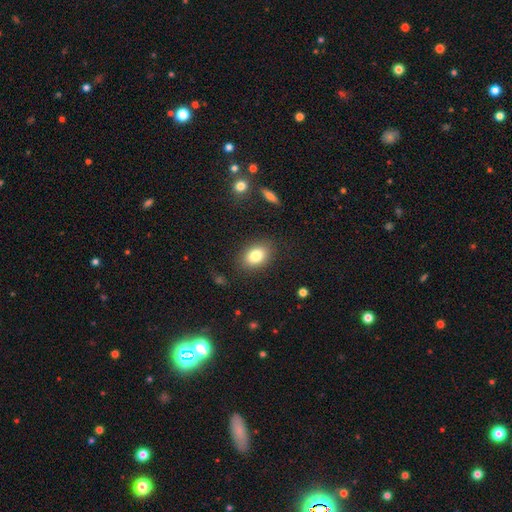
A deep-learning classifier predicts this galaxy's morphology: This is clearly a smooth galaxy (81%). How rounded: likely in between (77%). Merging: clearly none (85%).